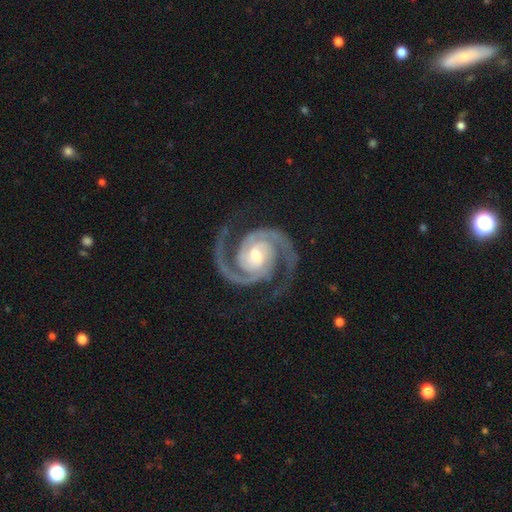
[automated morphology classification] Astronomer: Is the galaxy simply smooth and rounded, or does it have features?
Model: featured or disk — 95%.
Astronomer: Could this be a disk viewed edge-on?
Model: no — 98%.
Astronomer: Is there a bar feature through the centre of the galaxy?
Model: no — 56%.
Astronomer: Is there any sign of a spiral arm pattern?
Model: yes — 99%.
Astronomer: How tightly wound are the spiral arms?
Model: medium — 48% (runner-up: tight, 46%).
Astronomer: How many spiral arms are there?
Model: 2 — 94%.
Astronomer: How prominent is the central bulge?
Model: moderate — 59%.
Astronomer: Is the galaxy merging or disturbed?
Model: none — 82%.